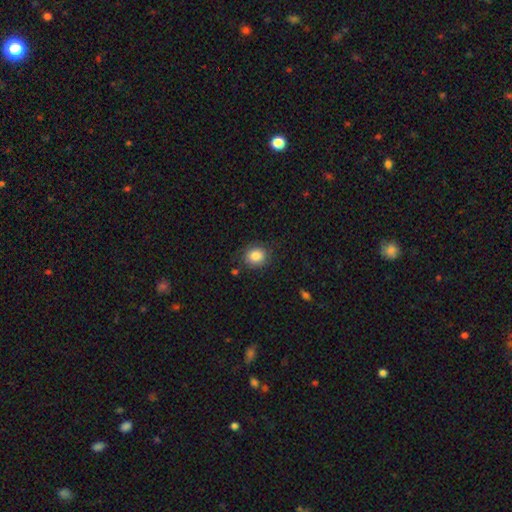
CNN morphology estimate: type=smooth (84%); roundness=round (76%); merging=none (81%).